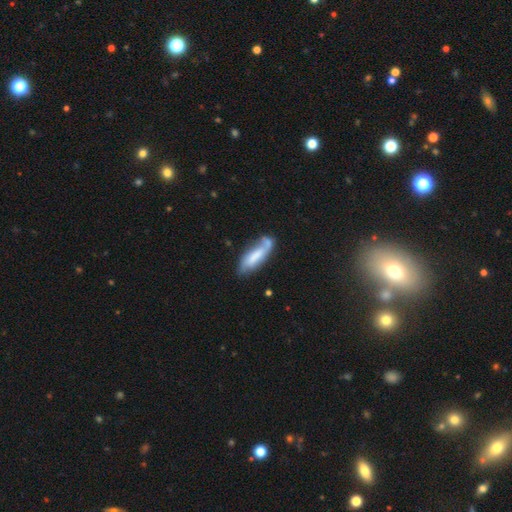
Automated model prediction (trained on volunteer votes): This is possibly a smooth galaxy (56%). How rounded: possibly cigar-shaped (50%). Merging: possibly none (48%).